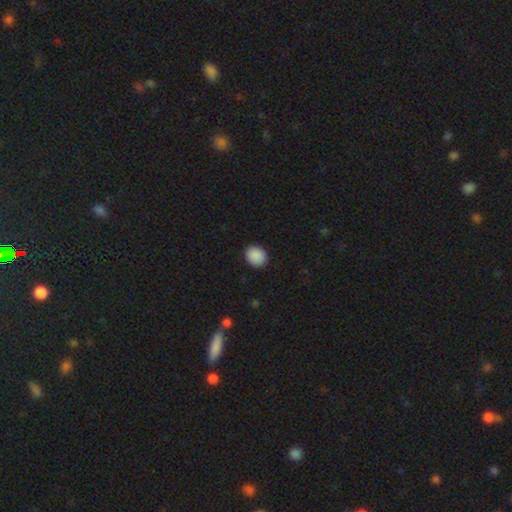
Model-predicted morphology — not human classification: type=smooth (90%); roundness=round (68%); merging=none (90%).